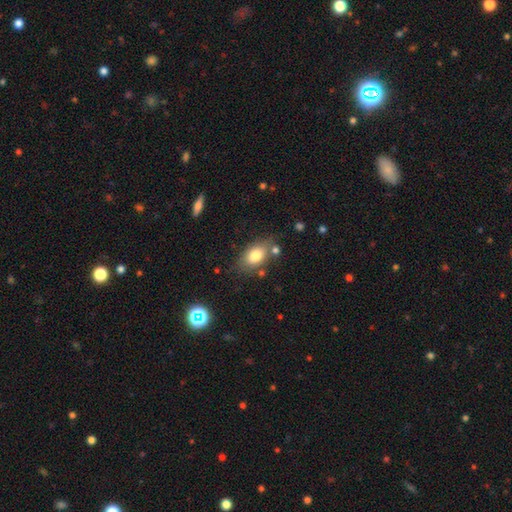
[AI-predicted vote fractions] A smooth galaxy with no disk features (77%) that is in between round and cigar-shaped (84%). Merging: none (70%).